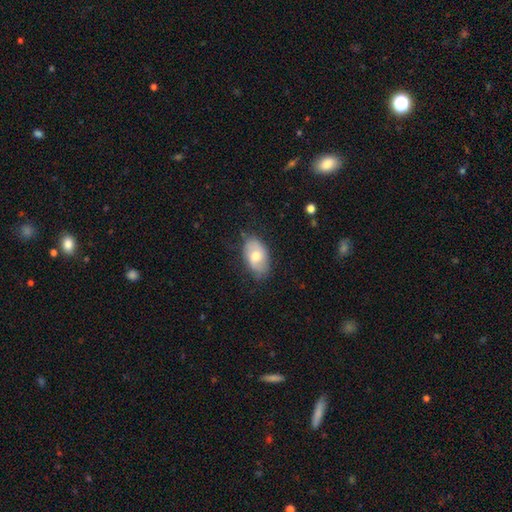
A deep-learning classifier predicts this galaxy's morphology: This is likely a smooth galaxy (61%). How rounded: clearly in between (91%). Merging: likely none (74%).